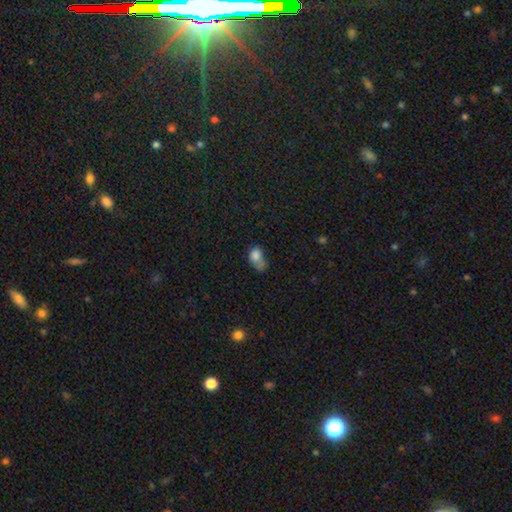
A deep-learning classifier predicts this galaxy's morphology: This is likely a smooth galaxy (78%). How rounded: possibly in between (60%). Merging: marginally merger (39%).